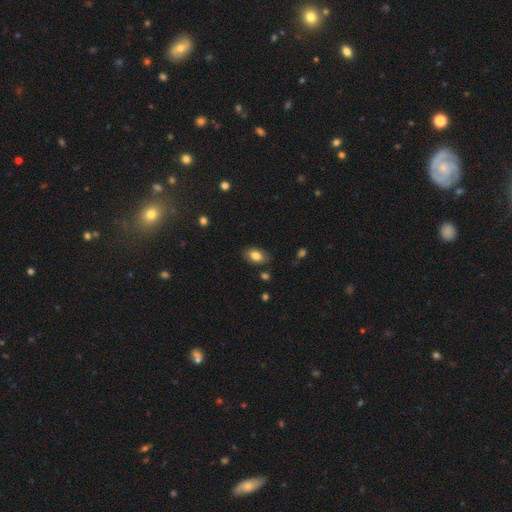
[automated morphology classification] Overall: smooth (82%). How rounded: in between (87%). Merging: none (84%).